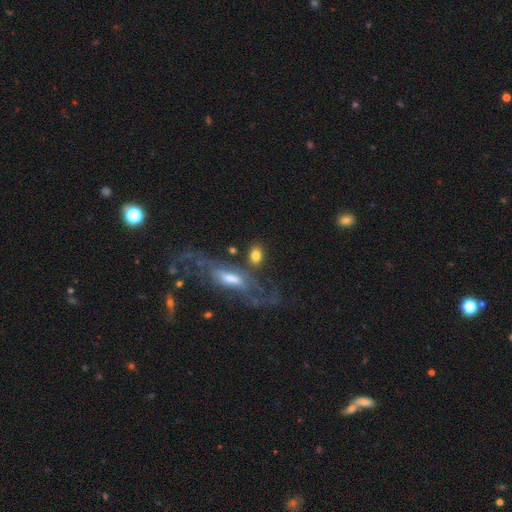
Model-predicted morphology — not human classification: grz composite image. It shows a smooth galaxy with no disk features (75%) that is in between round and cigar-shaped (75%). Merging: none (63%).